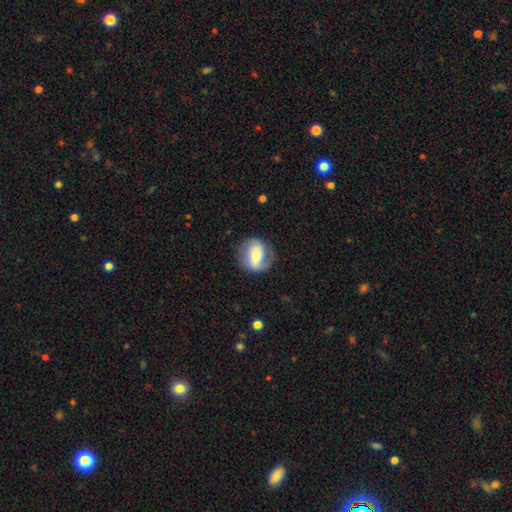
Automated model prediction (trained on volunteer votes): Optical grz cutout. It shows a featured or disk galaxy (55%) with a weak bar (36%), spiral arms (78%) and a moderate central bulge (46%). Merging: none (72%).